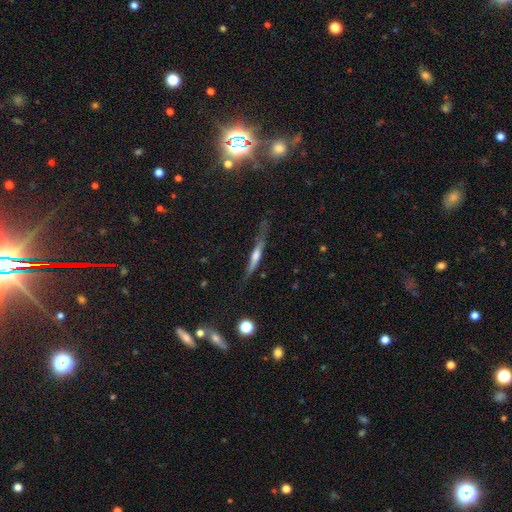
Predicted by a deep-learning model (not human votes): The model was most divided on "smooth or featured": featured or disk: 57%, smooth: 35%, star or artifact: 8%. More confident: edge-on disk — yes (94%); merging — none (67%); edge-on bulge — rounded (59%).